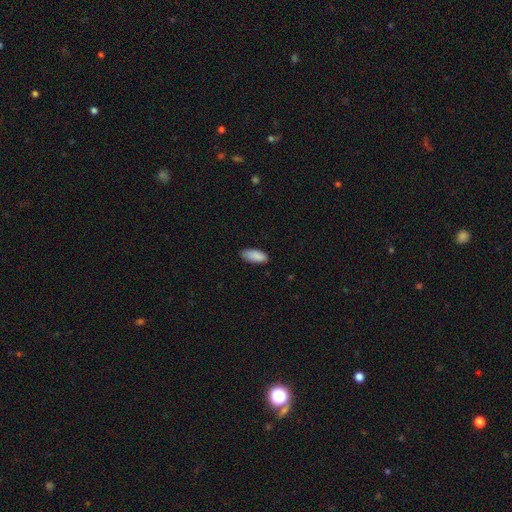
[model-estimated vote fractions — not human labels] Morphology: type=smooth (89%); roundness=in between (85%); merging=none (83%).